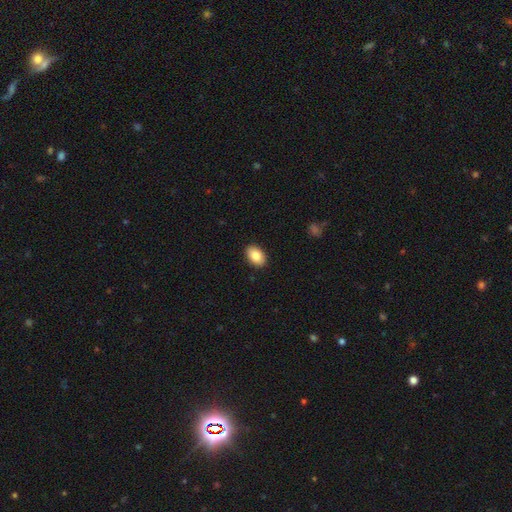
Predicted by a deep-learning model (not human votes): A smooth galaxy with no disk features (86%) that is in between round and cigar-shaped (89%). Merging: none (90%).